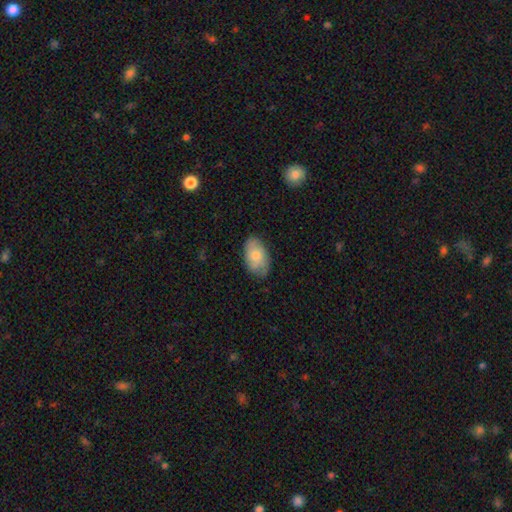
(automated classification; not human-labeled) Smooth or featured? smooth (71%)
How rounded? in between (92%)
Merging? none (73%)